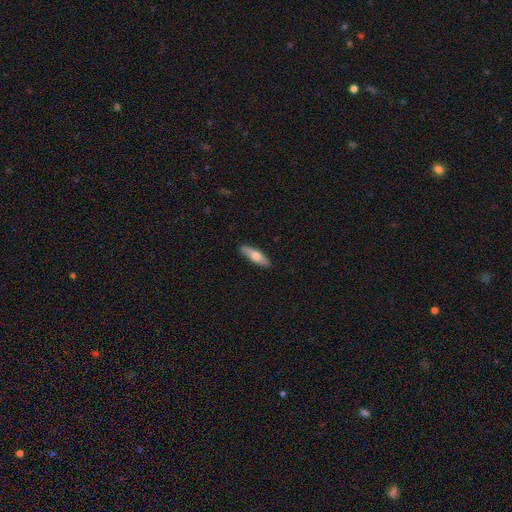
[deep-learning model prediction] Smooth or featured: smooth — 64% (featured or disk — 30%)
How rounded: cigar-shaped — 58% (in between — 40%)
Merging: none — 87% (minor disturbance — 10%)